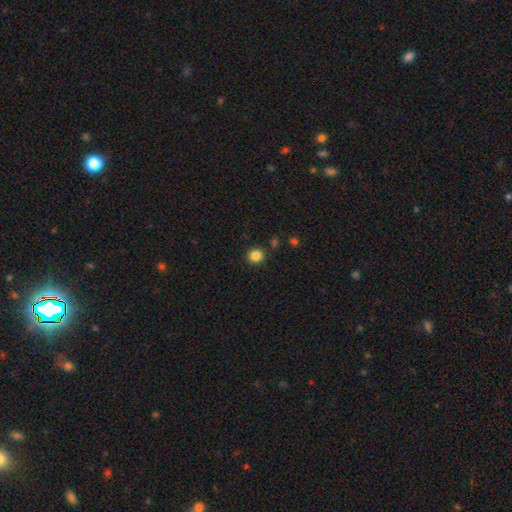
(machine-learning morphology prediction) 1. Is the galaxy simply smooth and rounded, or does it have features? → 85% smooth, 11% star or artifact, 4% featured or disk.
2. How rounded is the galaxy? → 86% round, 13% in between, 1% cigar-shaped.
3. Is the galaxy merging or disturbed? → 88% none, 7% minor disturbance, 3% merger, 2% major disturbance.